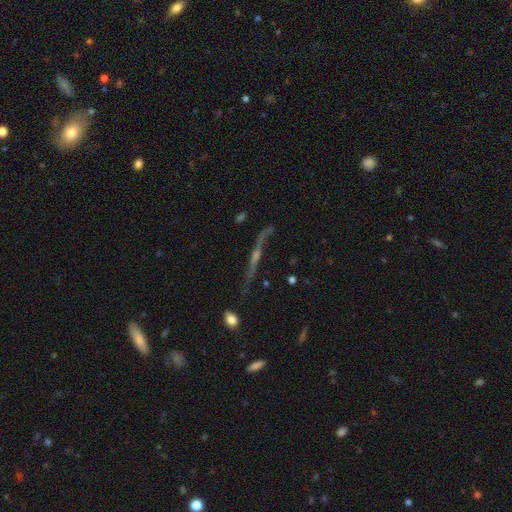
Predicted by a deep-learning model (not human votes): Smooth or featured?
  - featured or disk: 74% *
  - smooth: 13%
  - star or artifact: 13%
Edge-on disk?
  - yes: 81% *
  - no: 19%
Edge-on bulge?
  - rounded: 67% *
  - none: 24%
  - boxy: 9%
Merging?
  - none: 62% *
  - minor disturbance: 19%
  - major disturbance: 14%
  - merger: 5%